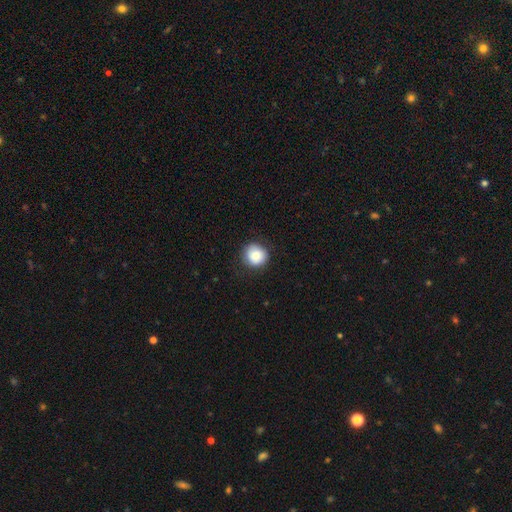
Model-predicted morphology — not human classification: smooth-or-featured: smooth: 80% | featured or disk: 11% | star or artifact: 8%
  how-rounded: round: 92% | in between: 7% | cigar-shaped: 1%
  merging: none: 82% | minor disturbance: 13% | major disturbance: 3% | merger: 1%